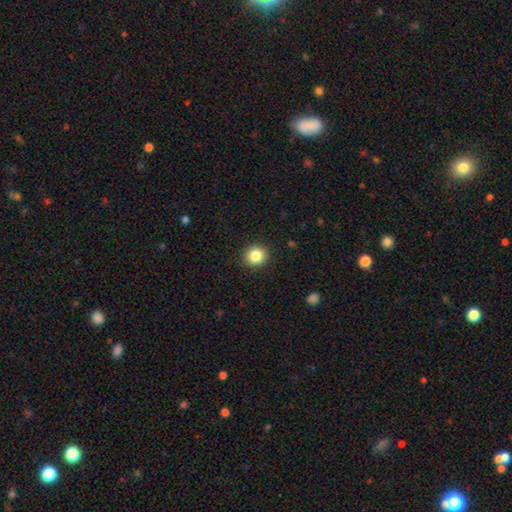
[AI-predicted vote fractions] A smooth galaxy with no disk features (85%) that is round (89%). Merging: none (91%).